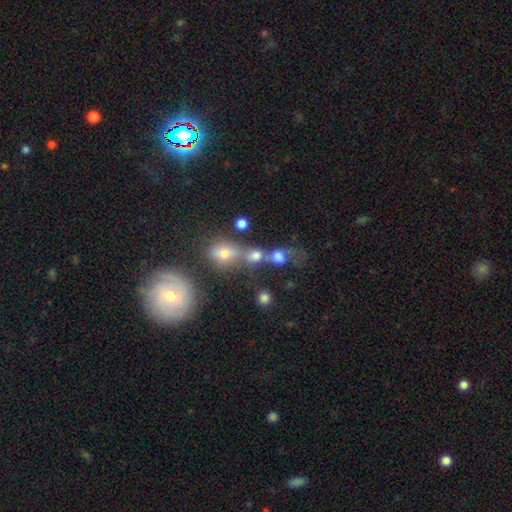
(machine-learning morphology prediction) Q: Smooth or featured?
A: smooth (67%); runner-up: star or artifact (19%)
Q: How rounded?
A: round (60%); runner-up: in between (36%)
Q: Merging?
A: merger (54%); runner-up: none (28%)